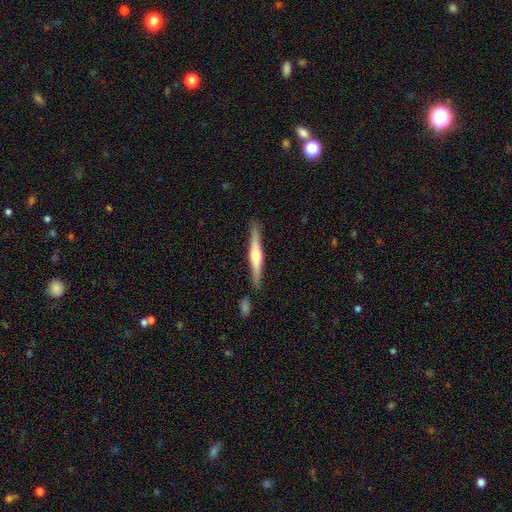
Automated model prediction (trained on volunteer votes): A featured or disk galaxy (67%) viewed edge-on (98%) with a rounded central bulge (85%). Merging: none (86%).